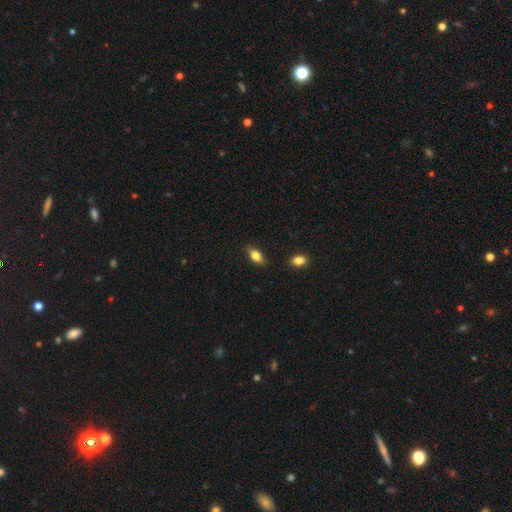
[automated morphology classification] smooth_or_featured: smooth (p=0.72) [alt: featured or disk p=0.21]
how_rounded: in between (p=0.81) [alt: cigar-shaped p=0.14]
merging: none (p=0.83) [alt: minor disturbance p=0.12]